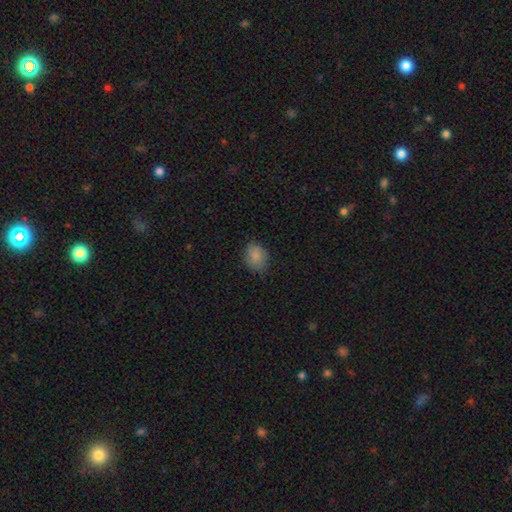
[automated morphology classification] Q: Smooth or featured?
A: smooth (86%); runner-up: star or artifact (9%)
Q: How rounded?
A: in between (52%); runner-up: round (47%)
Q: Merging?
A: none (75%); runner-up: minor disturbance (19%)